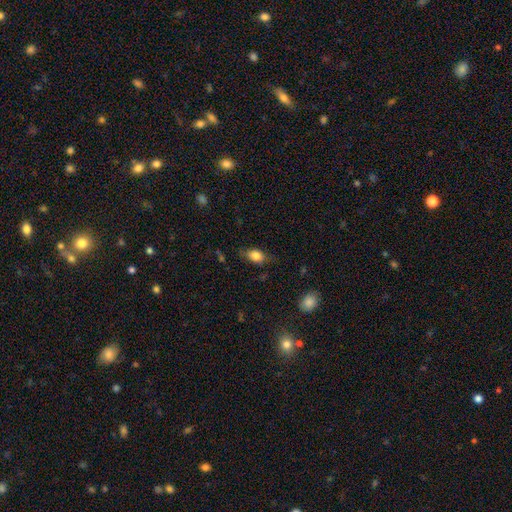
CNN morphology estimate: Q: Smooth or featured?
A: smooth (81%); runner-up: featured or disk (11%)
Q: How rounded?
A: in between (82%); runner-up: round (14%)
Q: Merging?
A: none (71%); runner-up: minor disturbance (22%)